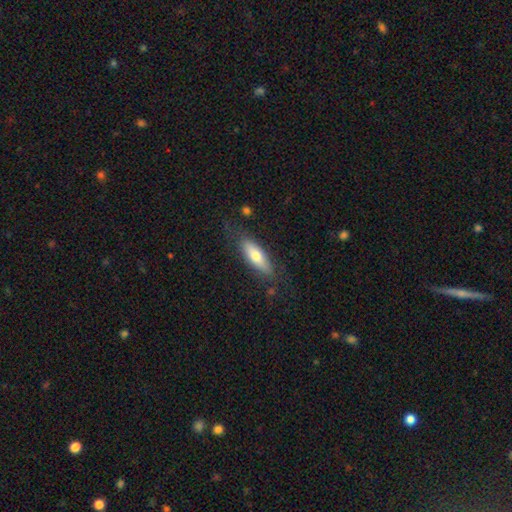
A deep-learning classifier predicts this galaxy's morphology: Smooth or featured: smooth — 67% (featured or disk — 27%)
How rounded: in between — 54% (cigar-shaped — 44%)
Merging: none — 79% (minor disturbance — 15%)